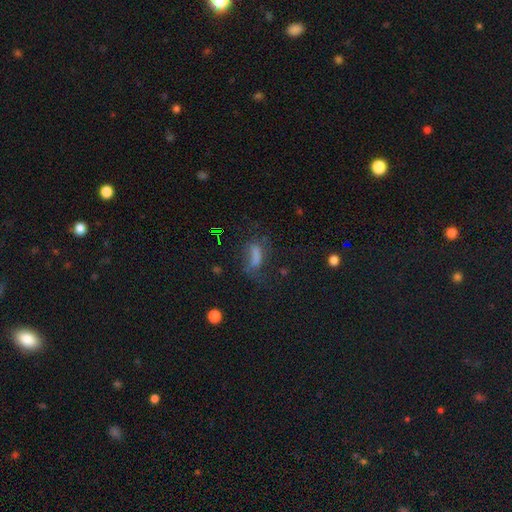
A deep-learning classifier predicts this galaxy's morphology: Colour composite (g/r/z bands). It shows a smooth galaxy with no disk features (52%) that is in between round and cigar-shaped (56%). Merging: none (48%).